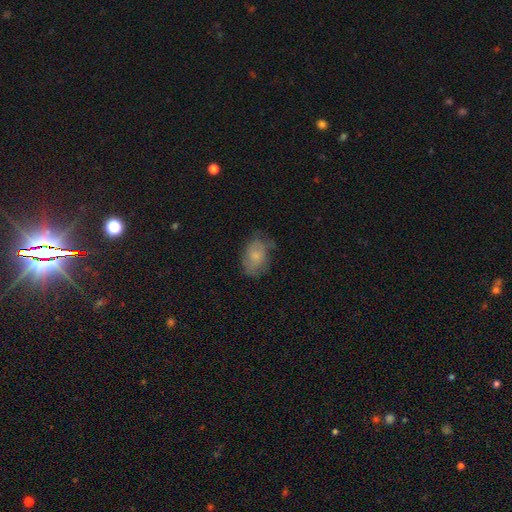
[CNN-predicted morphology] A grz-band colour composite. It shows a smooth galaxy with no disk features (66%) that is in between round and cigar-shaped (78%). Merging: none (52%).